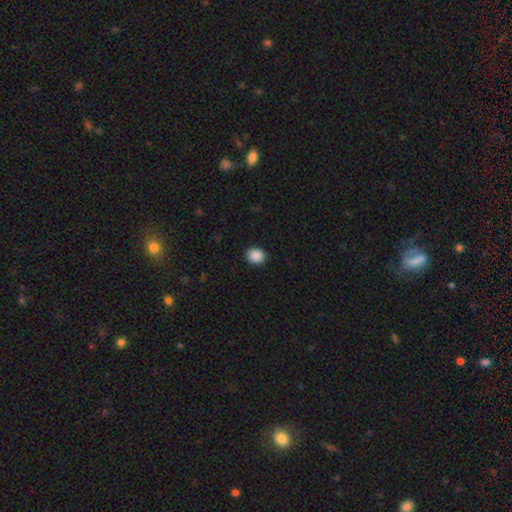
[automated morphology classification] This is clearly a smooth galaxy (89%). How rounded: likely round (68%). Merging: clearly none (91%).